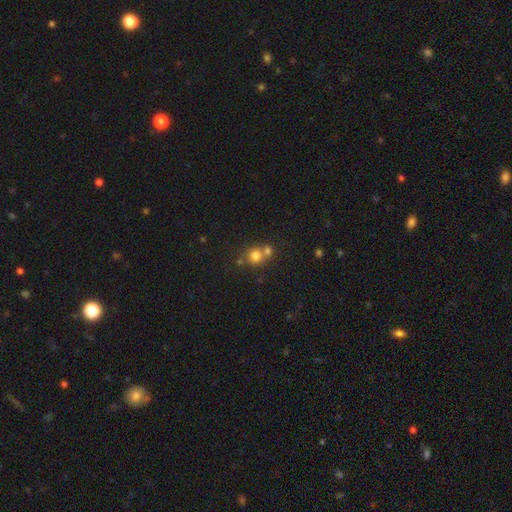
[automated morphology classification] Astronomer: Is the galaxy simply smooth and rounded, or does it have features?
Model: smooth — 76%.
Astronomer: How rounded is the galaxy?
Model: round — 86%.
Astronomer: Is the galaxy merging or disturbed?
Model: none — 47% (runner-up: merger, 44%).